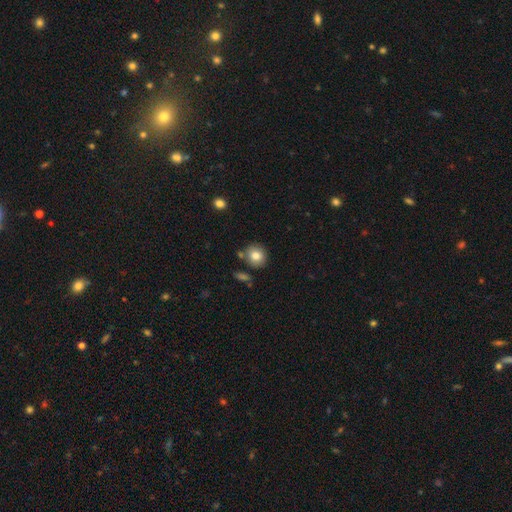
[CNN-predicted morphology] This is clearly a smooth galaxy (81%). How rounded: clearly round (83%). Merging: likely none (77%).